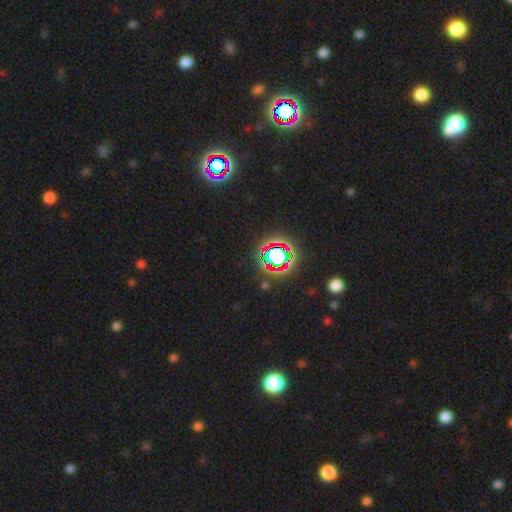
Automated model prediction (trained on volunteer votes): Overall: star or artifact (78%).